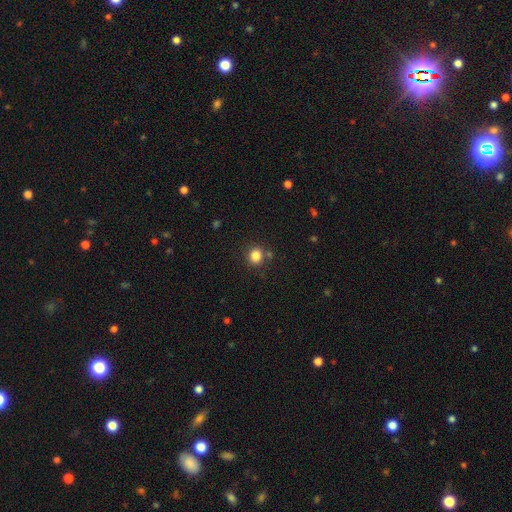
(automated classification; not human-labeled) smooth-or-featured: smooth: 83% | star or artifact: 12% | featured or disk: 5%
  how-rounded: round: 78% | in between: 21% | cigar-shaped: 1%
  merging: none: 80% | minor disturbance: 10% | merger: 6% | major disturbance: 3%